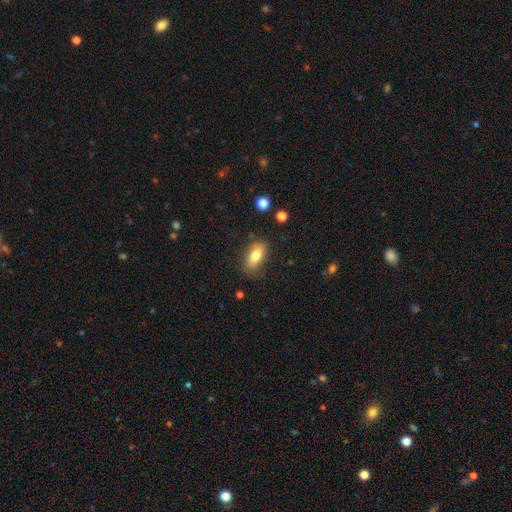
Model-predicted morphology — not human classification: smooth 78%, featured or disk 14%, star or artifact 8%. Down the decision tree: how rounded — in between (87%); merging — none (77%).